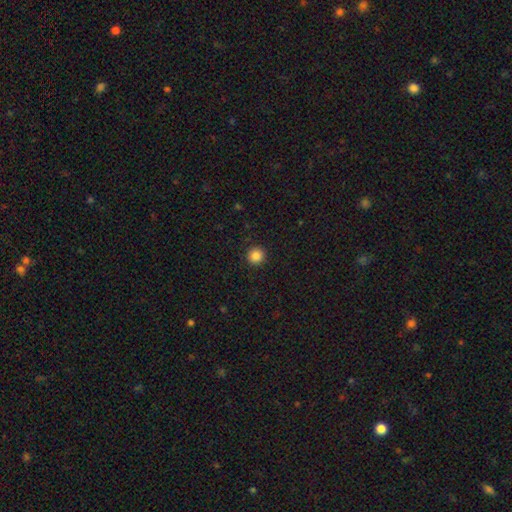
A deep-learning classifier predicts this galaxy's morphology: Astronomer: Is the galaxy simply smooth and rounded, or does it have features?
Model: smooth — 87%.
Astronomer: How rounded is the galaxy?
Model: round — 95%.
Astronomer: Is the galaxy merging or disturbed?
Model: none — 93%.